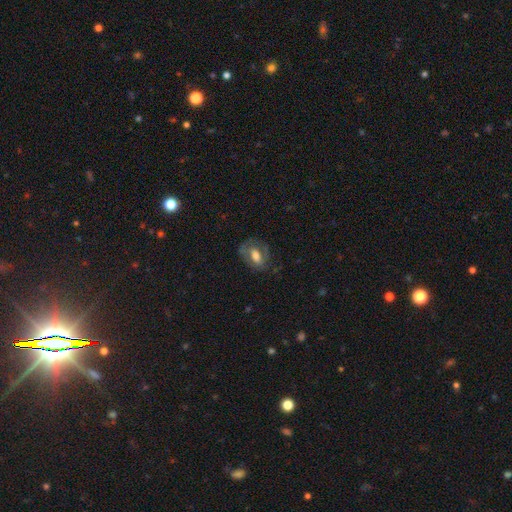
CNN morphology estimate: smooth-or-featured: smooth: 46% (tied) | featured or disk: 46% (tied) | star or artifact: 8%
  merging: none: 63% | minor disturbance: 21% | major disturbance: 14% | merger: 1%